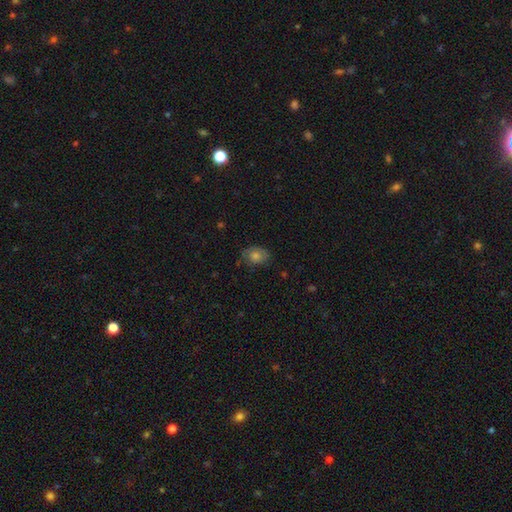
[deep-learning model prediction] Q: Smooth or featured?
A: smooth (64%); runner-up: featured or disk (21%)
Q: How rounded?
A: in between (57%); runner-up: round (42%)
Q: Merging?
A: none (69%); runner-up: minor disturbance (22%)